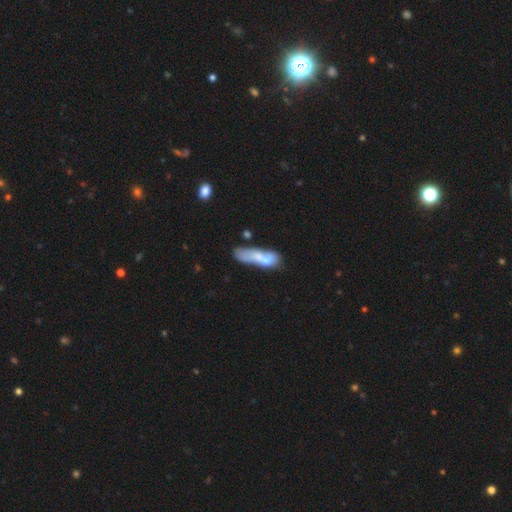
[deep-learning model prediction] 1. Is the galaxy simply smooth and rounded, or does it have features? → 61% smooth, 31% featured or disk, 8% star or artifact.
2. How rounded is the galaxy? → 52% cigar-shaped, 44% in between, 4% round.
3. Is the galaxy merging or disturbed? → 49% merger, 23% none, 15% minor disturbance, 14% major disturbance.